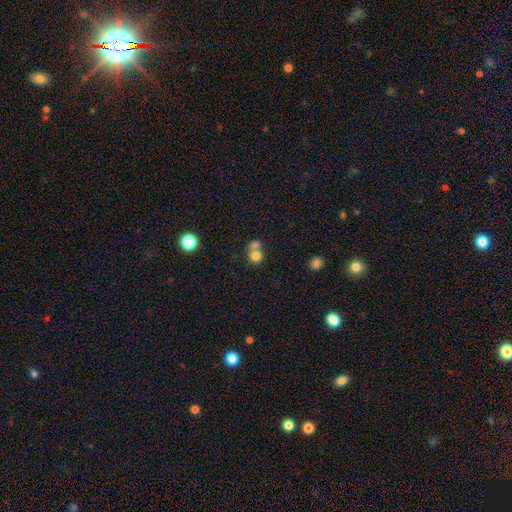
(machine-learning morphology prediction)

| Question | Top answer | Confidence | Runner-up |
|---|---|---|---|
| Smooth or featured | smooth | 78% | star or artifact (12%) |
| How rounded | round | 82% | in between (17%) |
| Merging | merger | 56% | none (36%) |